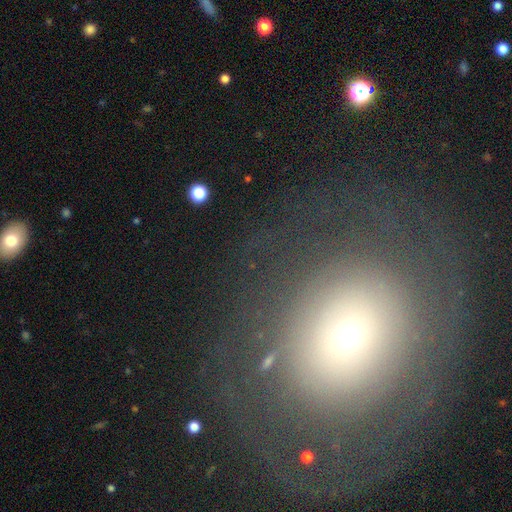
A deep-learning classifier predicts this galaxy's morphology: Smooth or featured? Predicted: smooth (p=0.46). Merging? Predicted: none (p=0.74).